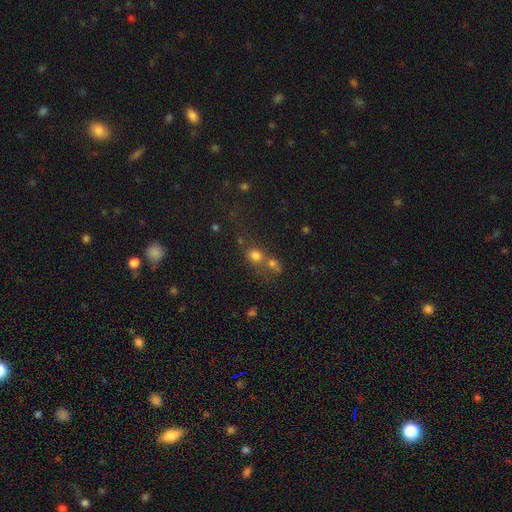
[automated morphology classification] Smooth or featured?
  - smooth: 73% *
  - star or artifact: 18%
  - featured or disk: 9%
How rounded?
  - round: 73% *
  - in between: 26%
  - cigar-shaped: 2%
Merging?
  - none: 43% * (tied)
  - merger: 43% * (tied)
  - minor disturbance: 9%
  - major disturbance: 5%